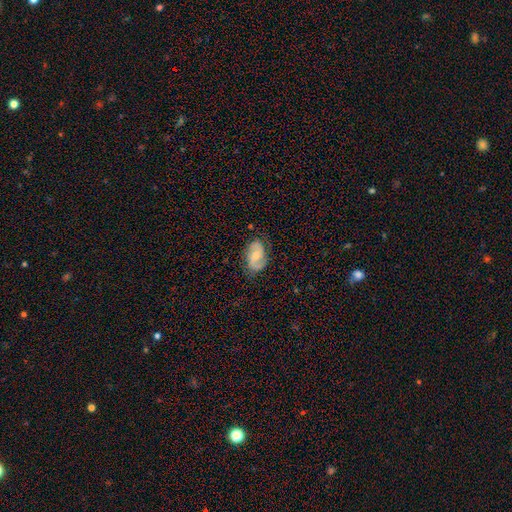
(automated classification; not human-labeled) Smooth or featured?
  - featured or disk: 73% *
  - smooth: 21%
  - star or artifact: 6%
Edge-on disk?
  - no: 97% *
  - yes: 3%
Bar?
  - no: 53% *
  - weak: 40%
  - strong: 7%
Spiral arms?
  - yes: 94% *
  - no: 6%
Spiral winding?
  - medium: 50% *
  - loose: 27%
  - tight: 23%
Spiral arm count?
  - 2: 88% *
  - can't tell: 6%
  - 1: 3%
  - 3: 1%
  - 4: 1%
  - more than 4: 1%
Bulge size?
  - moderate: 48% *
  - small: 41%
  - none: 7%
  - large: 4%
  - dominant: 1%
Merging?
  - none: 77% *
  - minor disturbance: 17%
  - major disturbance: 5%
  - merger: 1%